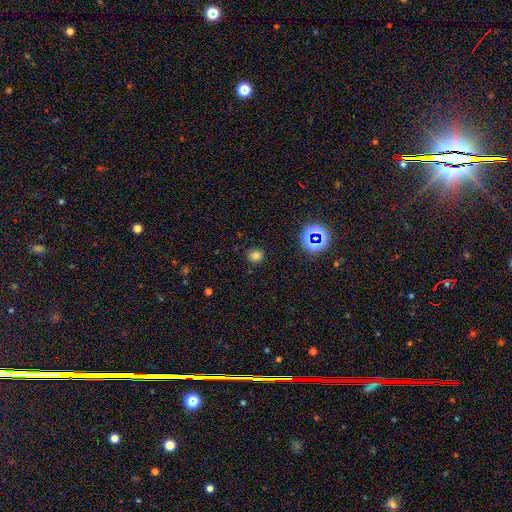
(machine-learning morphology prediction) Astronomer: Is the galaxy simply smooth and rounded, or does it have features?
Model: smooth — 74%.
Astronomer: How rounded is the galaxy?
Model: round — 78%.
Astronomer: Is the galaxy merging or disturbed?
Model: none — 86%.